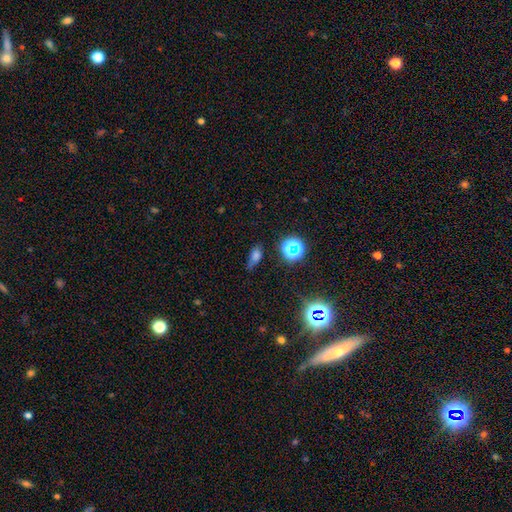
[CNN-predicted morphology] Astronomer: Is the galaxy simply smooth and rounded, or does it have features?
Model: smooth — 58%.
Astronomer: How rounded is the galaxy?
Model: in between — 64%.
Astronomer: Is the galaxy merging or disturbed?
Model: none — 64%.